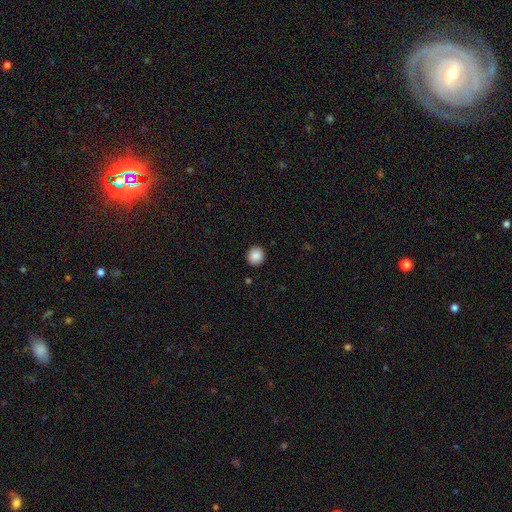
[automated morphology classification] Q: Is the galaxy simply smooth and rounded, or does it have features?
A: smooth — 88%.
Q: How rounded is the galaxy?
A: round — 89%.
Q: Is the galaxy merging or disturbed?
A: none — 92%.